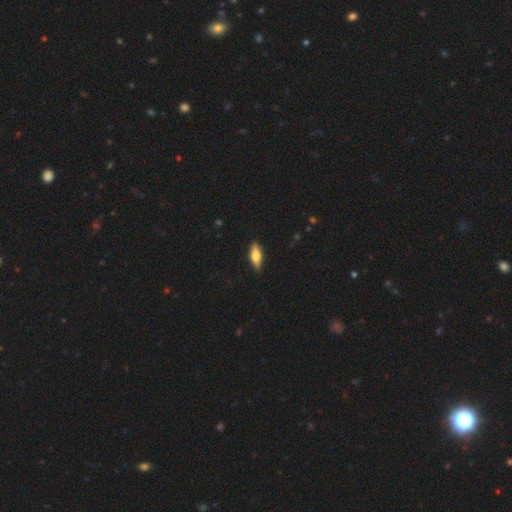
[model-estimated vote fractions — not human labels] Morphology: type=smooth (68%); roundness=in between (64%); merging=none (87%).